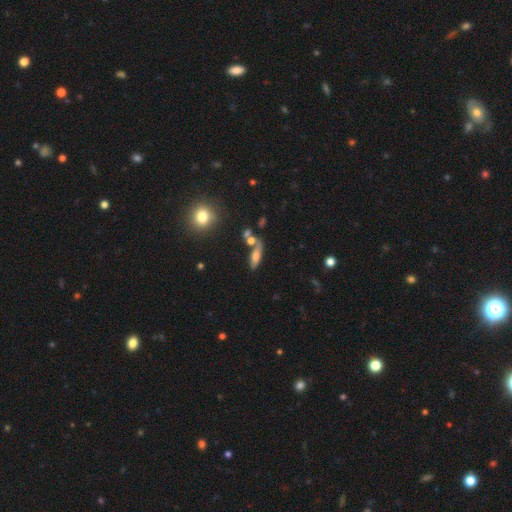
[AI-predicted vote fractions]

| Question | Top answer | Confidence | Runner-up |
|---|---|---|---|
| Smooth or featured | smooth | 58% | featured or disk (30%) |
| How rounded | cigar-shaped | 49% | in between (45%) |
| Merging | none | 52% | merger (23%) |